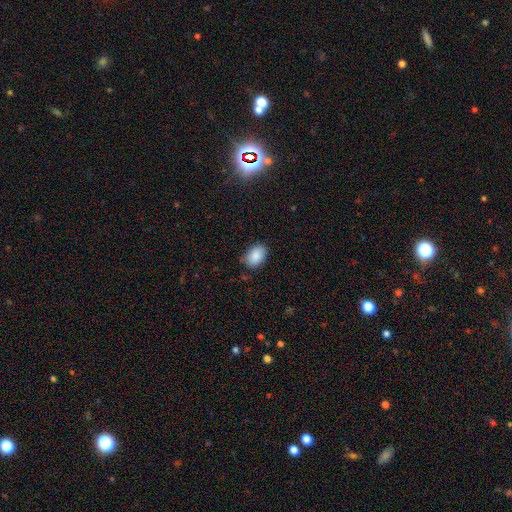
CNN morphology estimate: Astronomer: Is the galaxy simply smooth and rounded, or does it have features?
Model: smooth — 89%.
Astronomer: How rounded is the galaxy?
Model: in between — 82%.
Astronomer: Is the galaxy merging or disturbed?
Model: none — 83%.